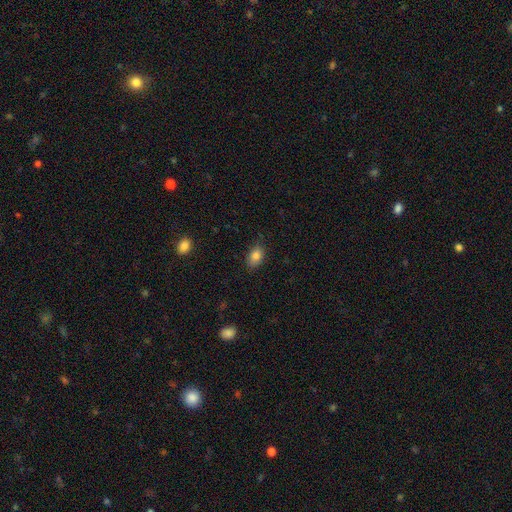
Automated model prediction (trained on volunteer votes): smooth 83%, star or artifact 9%, featured or disk 7%. Down the decision tree: how rounded — in between (83%); merging — none (81%).